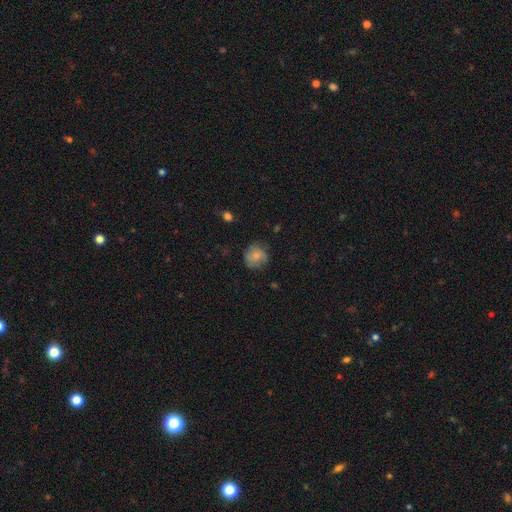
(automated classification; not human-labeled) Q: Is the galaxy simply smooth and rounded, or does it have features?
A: smooth — 73%.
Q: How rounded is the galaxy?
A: round — 84%.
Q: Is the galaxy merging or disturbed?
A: none — 69%.